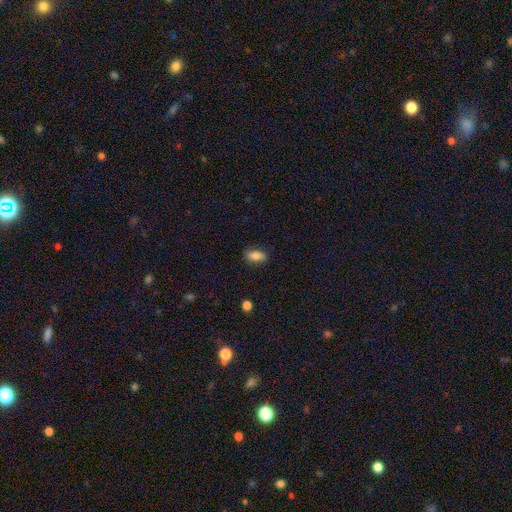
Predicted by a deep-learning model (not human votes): Smooth or featured? smooth (82%)
How rounded? in between (87%)
Merging? none (83%)